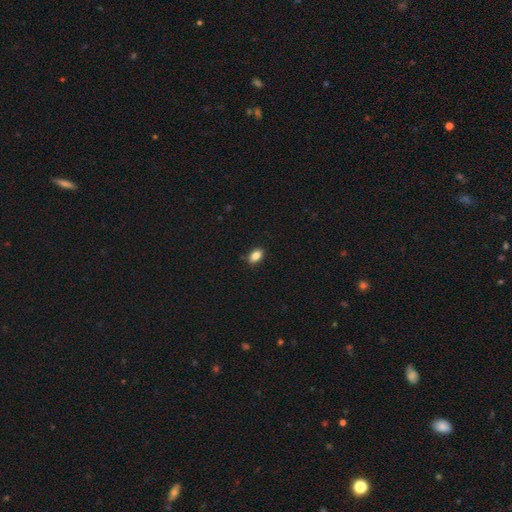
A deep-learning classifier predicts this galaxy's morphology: A smooth galaxy with no disk features (85%) that is in between round and cigar-shaped (87%). Merging: none (87%).